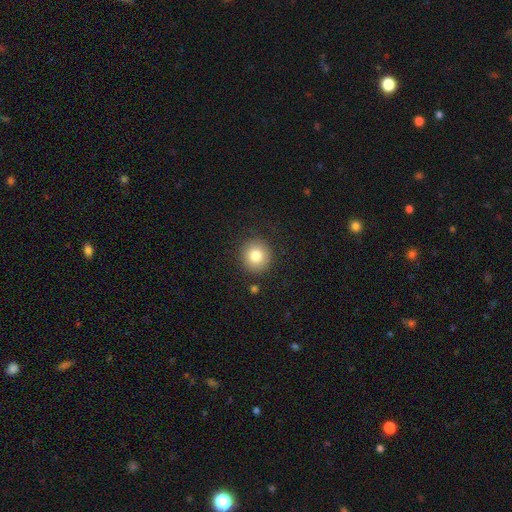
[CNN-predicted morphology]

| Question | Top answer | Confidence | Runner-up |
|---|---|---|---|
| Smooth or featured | smooth | 81% | star or artifact (10%) |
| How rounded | round | 92% | in between (7%) |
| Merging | none | 88% | minor disturbance (8%) |